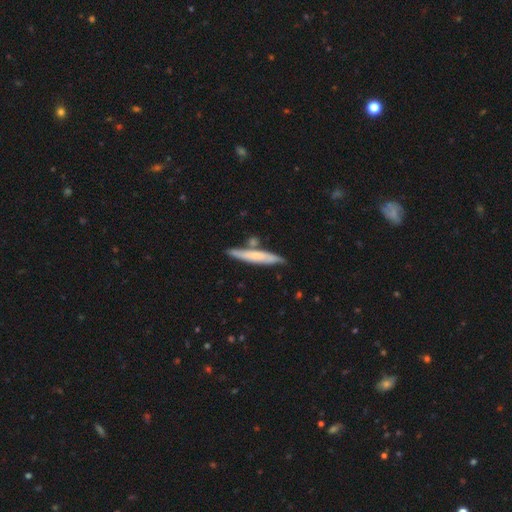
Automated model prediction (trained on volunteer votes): Smooth or featured? smooth (56%)
How rounded? cigar-shaped (91%)
Merging? none (71%)